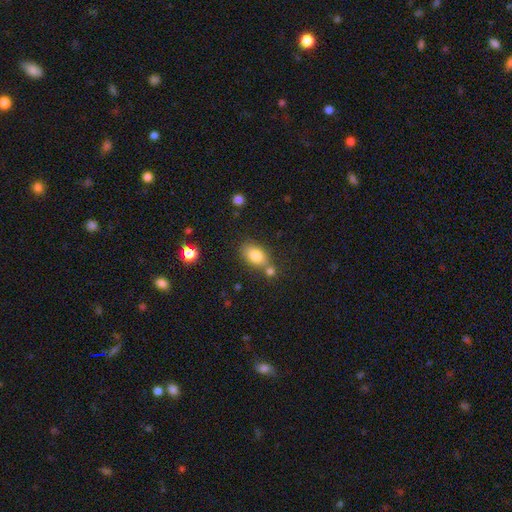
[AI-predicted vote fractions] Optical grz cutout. It shows a smooth galaxy with no disk features (80%) that is in between round and cigar-shaped (86%). Merging: none (58%).